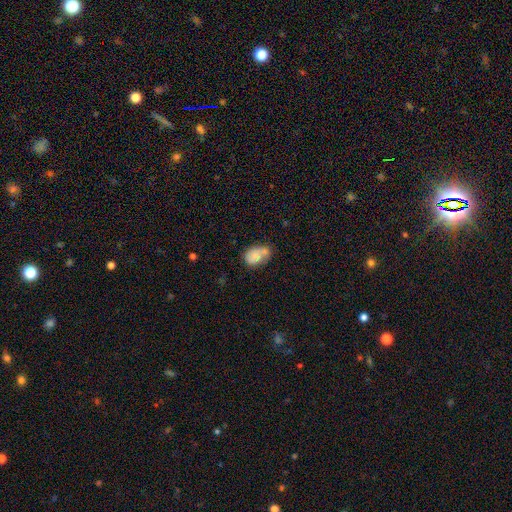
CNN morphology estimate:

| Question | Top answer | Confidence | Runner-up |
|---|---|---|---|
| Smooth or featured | smooth | 71% | featured or disk (21%) |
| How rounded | in between | 81% | round (17%) |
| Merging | none | 39% | merger (26%) |